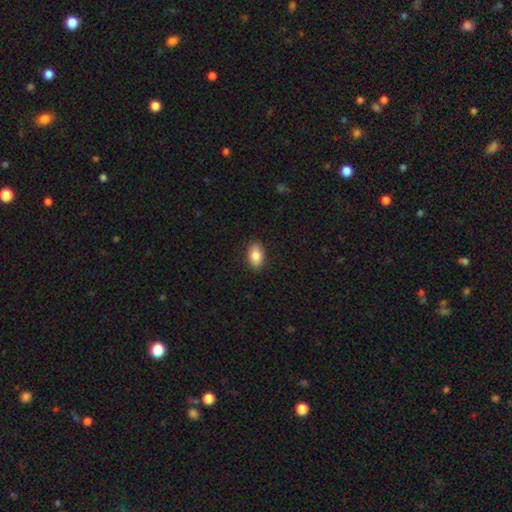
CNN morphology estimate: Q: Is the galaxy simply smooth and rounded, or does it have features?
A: smooth — 85%.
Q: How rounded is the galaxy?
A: in between — 88%.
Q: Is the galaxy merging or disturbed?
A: none — 88%.